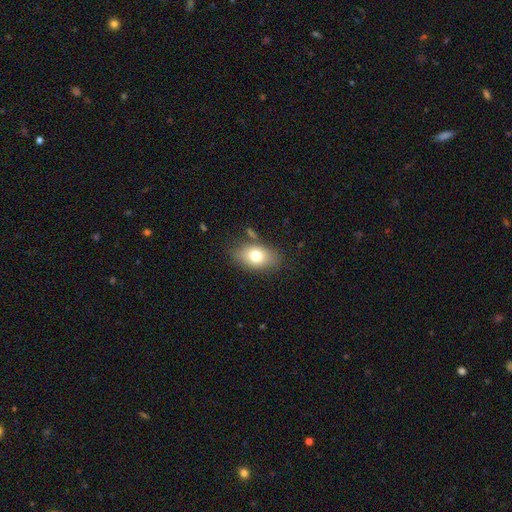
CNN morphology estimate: A smooth galaxy with no disk features (74%) that is in between round and cigar-shaped (84%). Merging: none (75%).